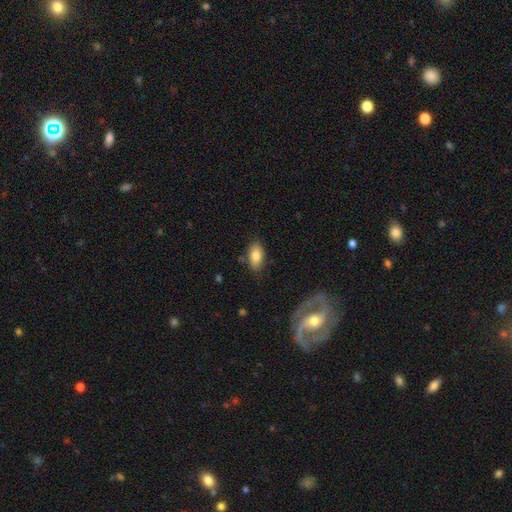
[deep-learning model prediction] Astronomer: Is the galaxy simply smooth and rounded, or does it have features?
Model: smooth — 80%.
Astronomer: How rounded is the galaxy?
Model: in between — 92%.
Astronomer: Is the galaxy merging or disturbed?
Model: none — 82%.